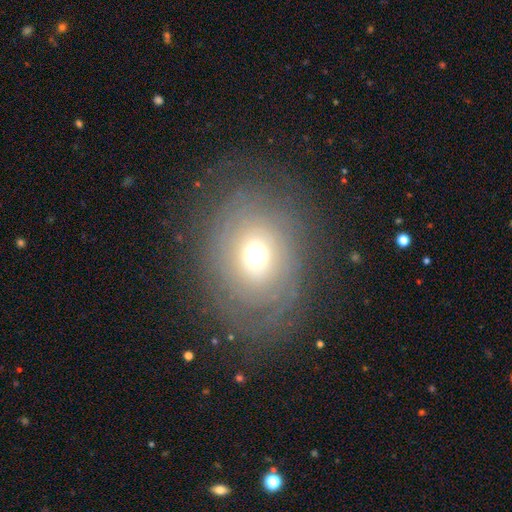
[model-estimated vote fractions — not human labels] Smooth or featured: featured or disk — 53% (smooth — 34%)
Edge-on disk: no — 95% (yes — 5%)
Bar: no — 86% (weak — 11%)
Spiral arms: yes — 63% (no — 37%)
Bulge size: moderate — 60% (small — 17%)
Merging: none — 73% (minor disturbance — 14%)